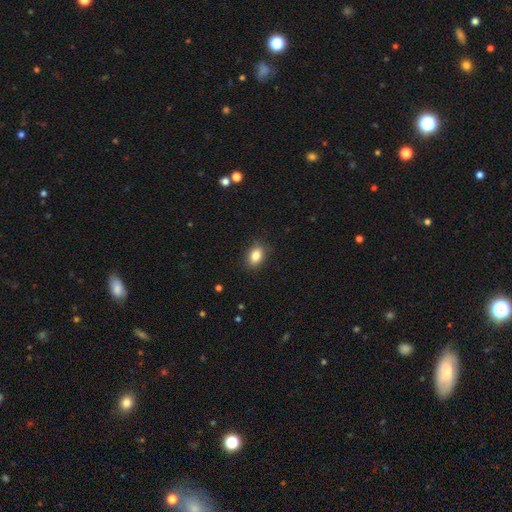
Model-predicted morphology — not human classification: Smooth or featured? Predicted: smooth (p=0.84). How rounded? Predicted: in between (p=0.76). Merging? Predicted: none (p=0.85).